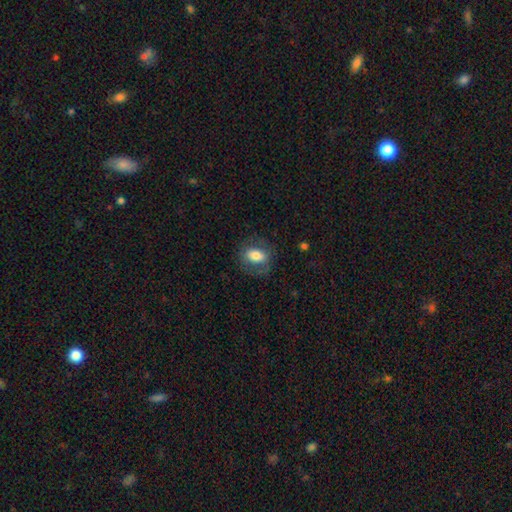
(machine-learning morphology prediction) The model was most divided on "smooth or featured": smooth: 71%, featured or disk: 22%, star or artifact: 7%. More confident: how rounded — in between (75%); merging — none (75%).